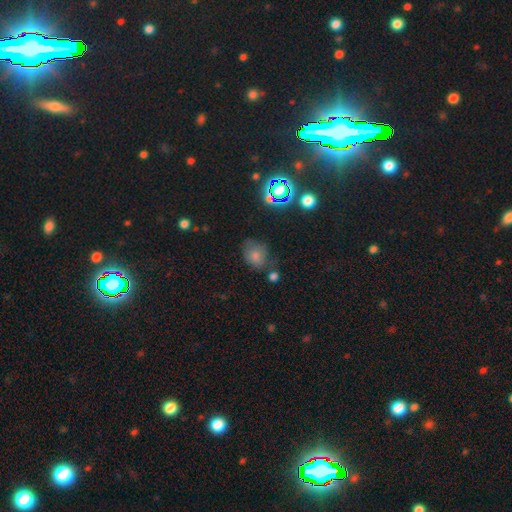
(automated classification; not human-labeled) Smooth or featured? smooth (70%)
How rounded? round (55%)
Merging? none (59%)